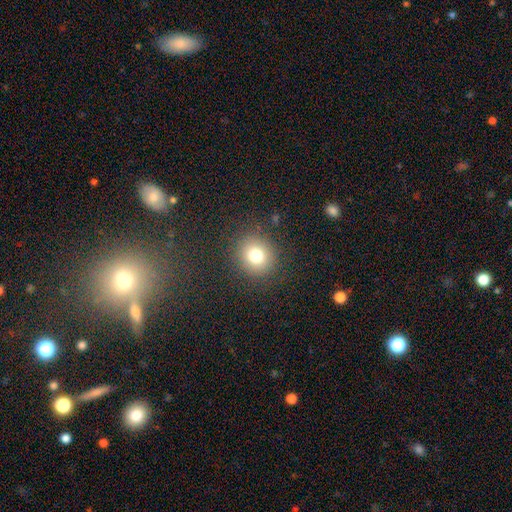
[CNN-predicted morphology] smooth-or-featured: smooth: 77% | star or artifact: 14% | featured or disk: 10%
  how-rounded: round: 86% | in between: 13% | cigar-shaped: 1%
  merging: none: 88% | minor disturbance: 7% | major disturbance: 4% | merger: 1%